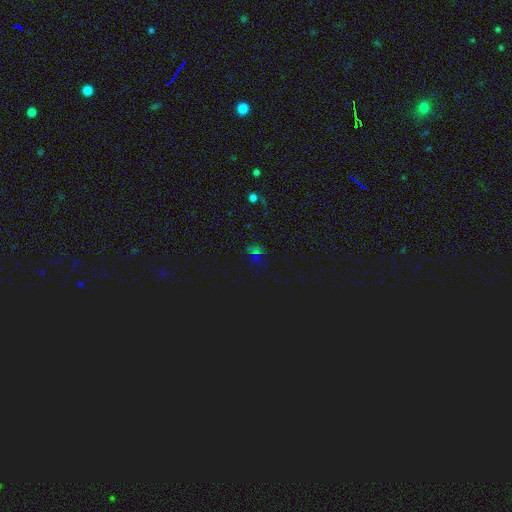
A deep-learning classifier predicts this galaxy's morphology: The model was most divided on "smooth or featured": star or artifact: 59%, smooth: 31%, featured or disk: 10%.